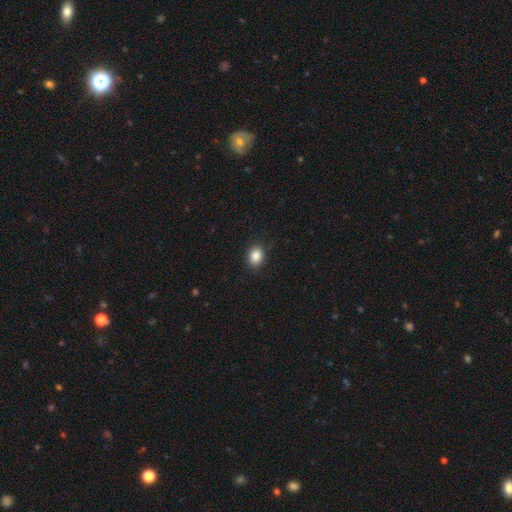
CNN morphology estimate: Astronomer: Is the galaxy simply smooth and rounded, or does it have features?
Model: smooth — 87%.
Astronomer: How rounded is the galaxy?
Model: in between — 53% (runner-up: round, 46%).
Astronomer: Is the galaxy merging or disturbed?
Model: none — 86%.